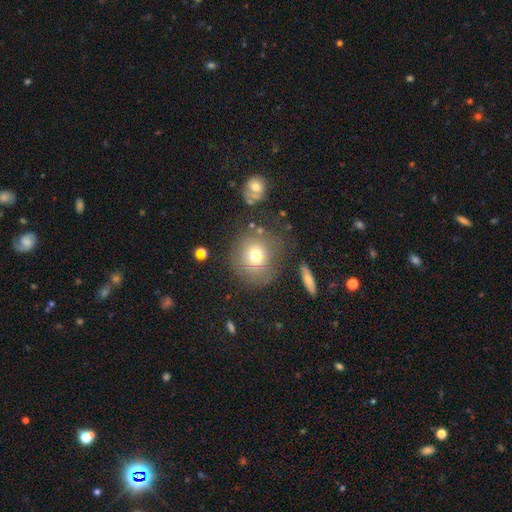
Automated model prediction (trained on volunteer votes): A smooth galaxy with no disk features (71%) that is round (83%). Merging: none (71%).